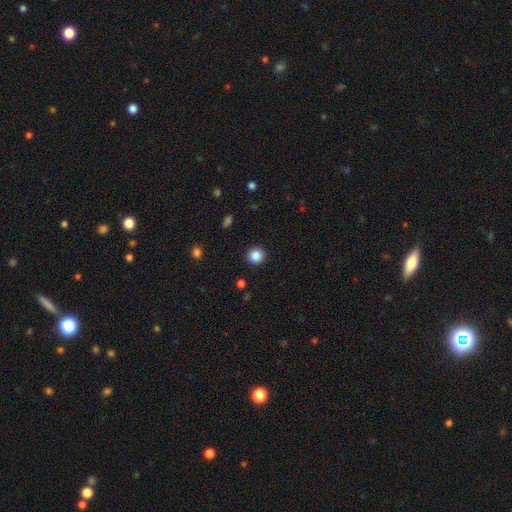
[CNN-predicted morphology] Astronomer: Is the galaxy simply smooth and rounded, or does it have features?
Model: smooth — 86%.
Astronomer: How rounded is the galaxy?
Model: round — 94%.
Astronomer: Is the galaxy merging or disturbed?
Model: none — 93%.